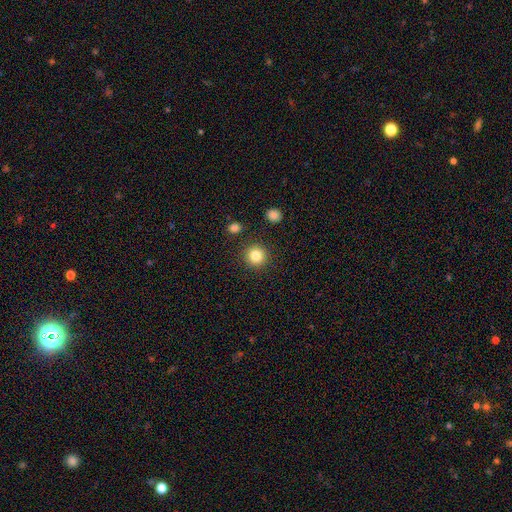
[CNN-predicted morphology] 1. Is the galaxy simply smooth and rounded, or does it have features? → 84% smooth, 11% star or artifact, 6% featured or disk.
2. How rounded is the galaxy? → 94% round, 5% in between, 1% cigar-shaped.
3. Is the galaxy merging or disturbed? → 90% none, 6% minor disturbance, 2% merger, 2% major disturbance.